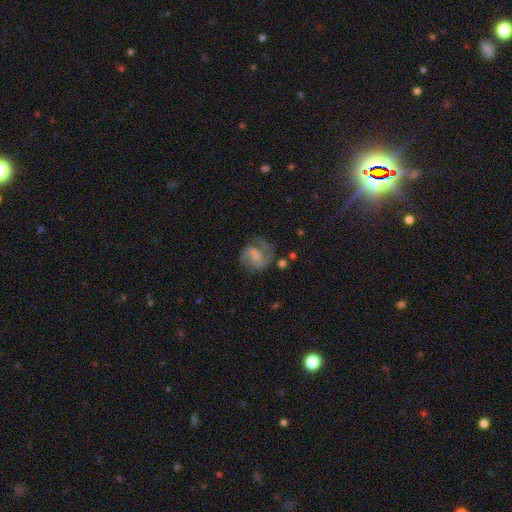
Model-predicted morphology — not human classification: Overall: featured or disk (69%). Edge-on disk: no (98%). Bar: weak (46%; no 43%). Spiral arms: yes (91%). Spiral arm count: 2 (75%). Spiral winding: medium (52%; tight 24%). Bulge size: none (37%; small 31%). Merging: none (61%).